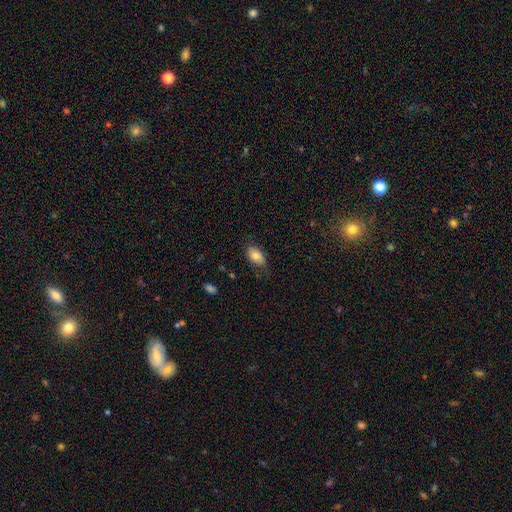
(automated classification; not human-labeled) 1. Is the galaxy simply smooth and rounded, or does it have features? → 80% smooth, 12% featured or disk, 7% star or artifact.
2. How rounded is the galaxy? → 91% in between, 7% round, 2% cigar-shaped.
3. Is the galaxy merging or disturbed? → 75% none, 19% minor disturbance, 5% major disturbance, 1% merger.